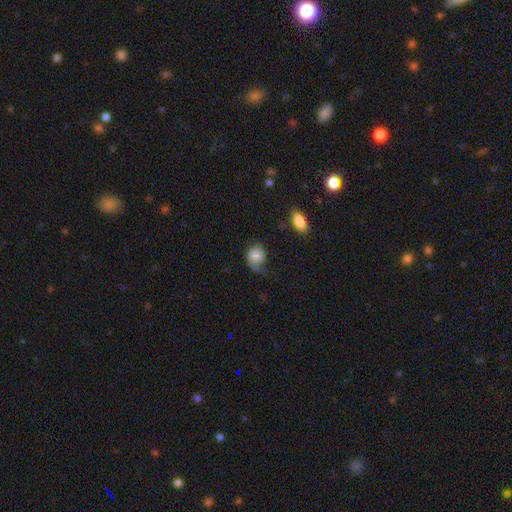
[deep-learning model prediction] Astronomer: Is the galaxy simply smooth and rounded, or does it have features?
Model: smooth — 48% (runner-up: featured or disk, 44%).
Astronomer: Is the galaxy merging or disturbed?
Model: none — 41% (runner-up: minor disturbance, 29%).